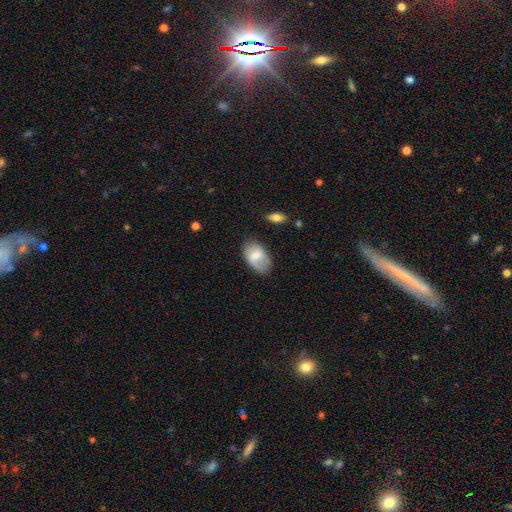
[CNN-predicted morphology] Overall: smooth (64%; featured or disk 29%). How rounded: in between (91%). Merging: none (64%; minor disturbance 25%).